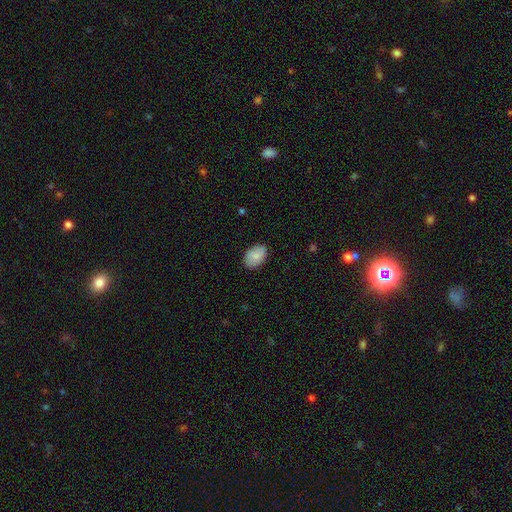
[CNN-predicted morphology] A smooth galaxy with no disk features (84%) that is in between round and cigar-shaped (86%).

Vote fractions:
- Smooth or featured? smooth: 84% / featured or disk: 9% / star or artifact: 7%
- How rounded? in between: 86% / round: 13% / cigar-shaped: 1%
- Merging? none: 82% / minor disturbance: 14% / major disturbance: 3% / merger: 1%